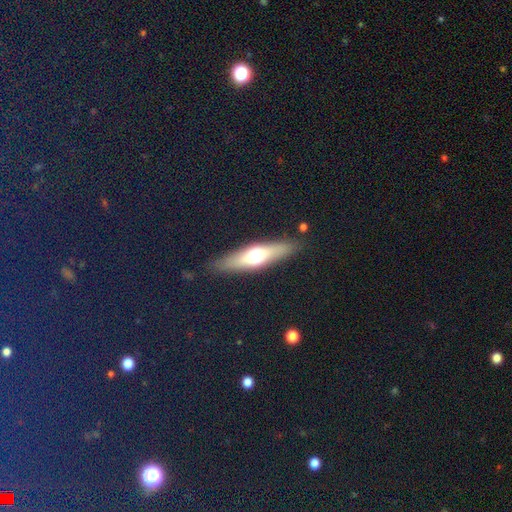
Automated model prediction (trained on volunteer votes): Smooth or featured: featured or disk — 47% (smooth — 46%)
Merging: none — 87% (minor disturbance — 9%)